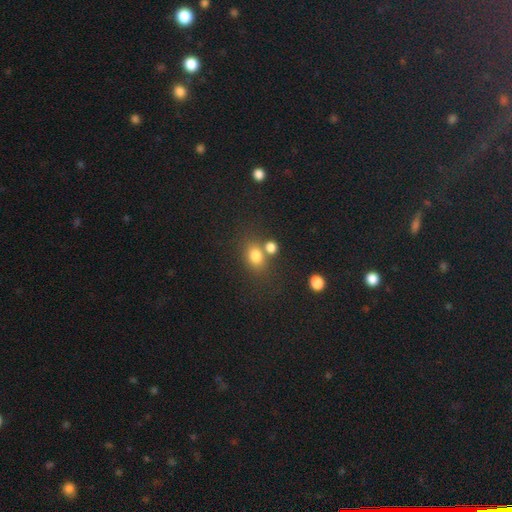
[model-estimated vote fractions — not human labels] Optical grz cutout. It shows a smooth galaxy with no disk features (78%) that is in between round and cigar-shaped (56%). Merging: none (53%).